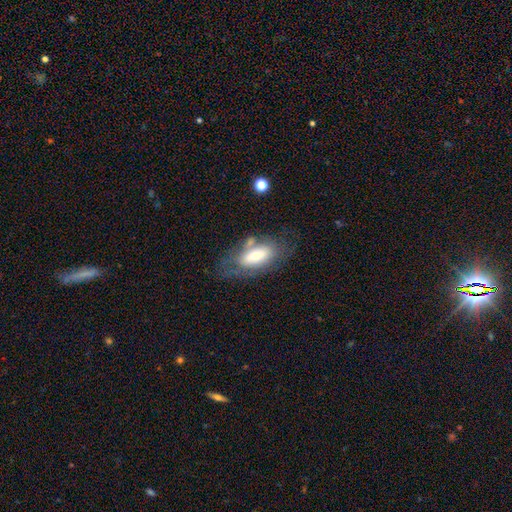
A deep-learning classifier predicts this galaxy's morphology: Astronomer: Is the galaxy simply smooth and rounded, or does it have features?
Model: smooth — 57% (runner-up: featured or disk, 35%).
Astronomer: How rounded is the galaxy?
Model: in between — 85%.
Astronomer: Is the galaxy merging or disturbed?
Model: none — 54%.